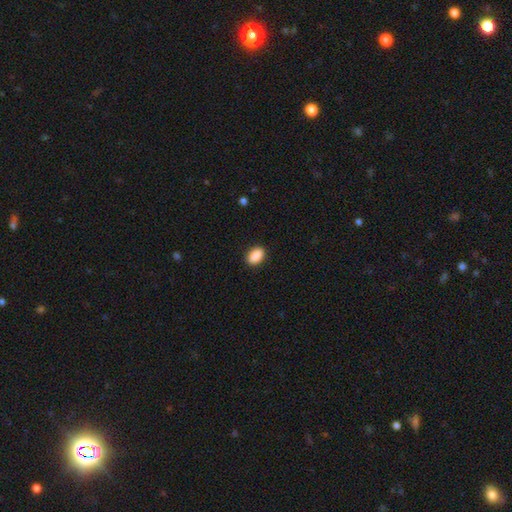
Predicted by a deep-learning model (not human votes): Smooth or featured: smooth — 90% (star or artifact — 7%)
How rounded: in between — 88% (round — 10%)
Merging: none — 89% (minor disturbance — 8%)